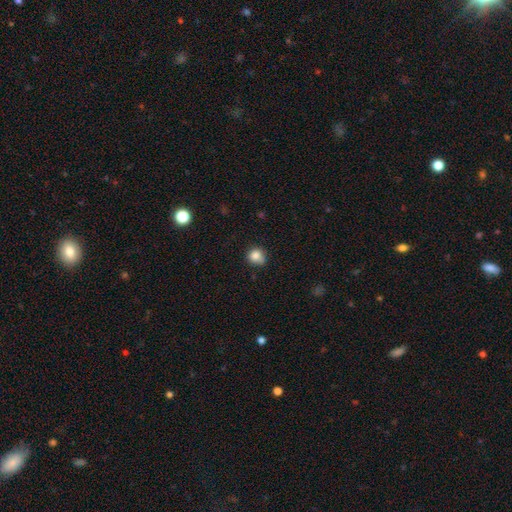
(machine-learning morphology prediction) This appears to be a smooth galaxy with no disk features (84%) that is round (82%). Merging: none (64%).